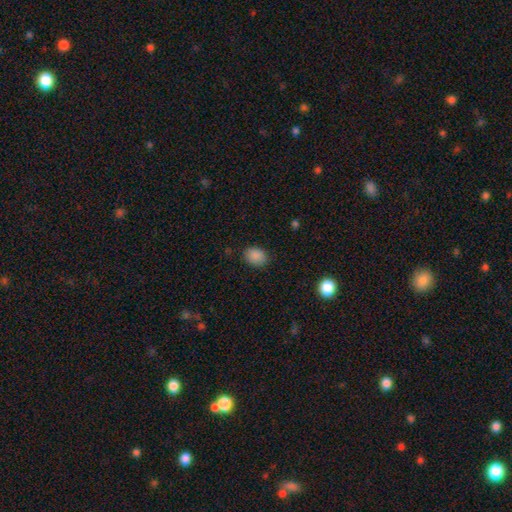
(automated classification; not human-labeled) Overall: smooth (87%). How rounded: in between (58%; round 41%). Merging: none (84%).